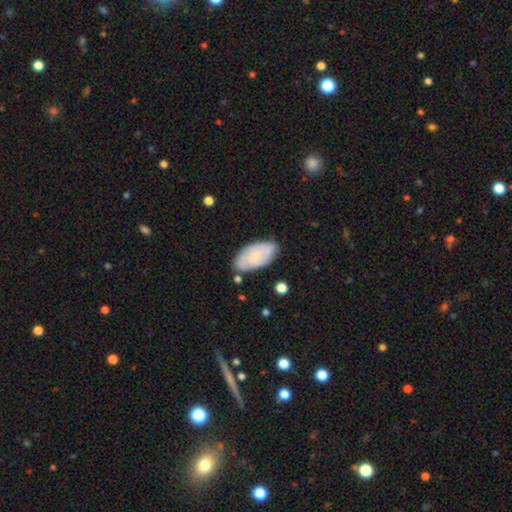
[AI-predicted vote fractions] Smooth or featured?
  - smooth: 59% *
  - featured or disk: 34%
  - star or artifact: 6%
How rounded?
  - in between: 93% *
  - cigar-shaped: 4%
  - round: 3%
Merging?
  - none: 73% *
  - minor disturbance: 20%
  - merger: 4%
  - major disturbance: 4%